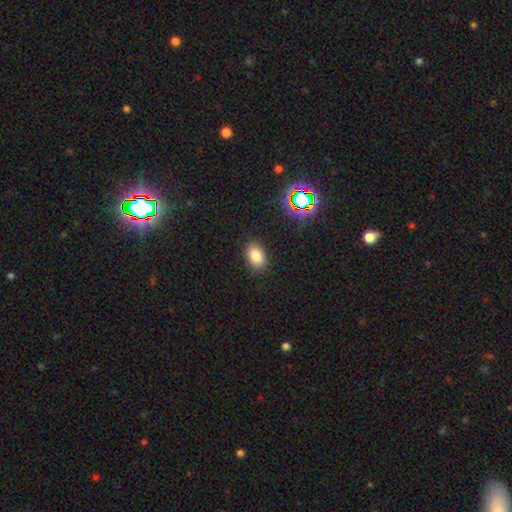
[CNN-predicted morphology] This is clearly a smooth galaxy (82%). How rounded: clearly in between (84%). Merging: clearly none (87%).